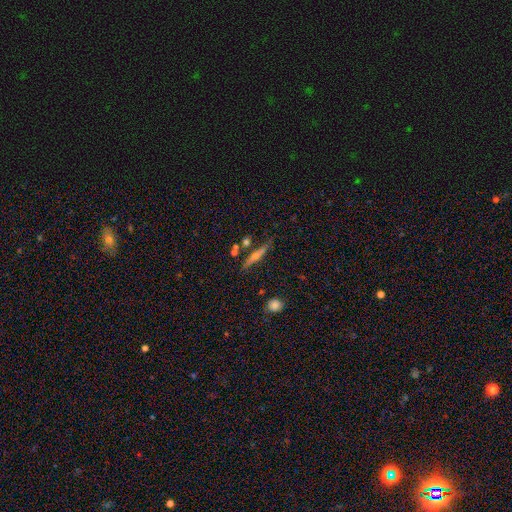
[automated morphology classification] Smooth or featured? smooth (46%, tied with featured or disk)
Merging? none (71%)